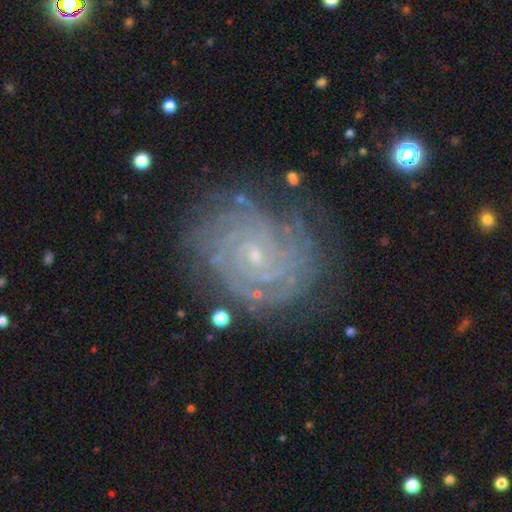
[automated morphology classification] Smooth or featured: featured or disk — 84% (smooth — 8%)
Edge-on disk: no — 97% (yes — 3%)
Bar: no — 67% (weak — 27%)
Spiral arms: yes — 97% (no — 3%)
Spiral winding: tight — 81% (medium — 15%)
Spiral arm count: can't tell — 31% (4 — 19%)
Bulge size: small — 85% (moderate — 10%)
Merging: none — 78% (minor disturbance — 15%)